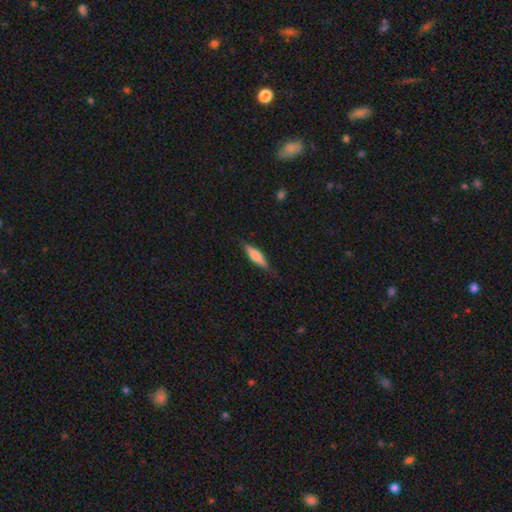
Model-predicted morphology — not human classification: A smooth galaxy with no disk features (66%) that is cigar-shaped (64%).

Vote fractions:
- Smooth or featured? smooth: 66% / featured or disk: 28% / star or artifact: 6%
- How rounded? cigar-shaped: 64% / in between: 34% / round: 2%
- Merging? none: 76% / minor disturbance: 19% / major disturbance: 4% / merger: 1%